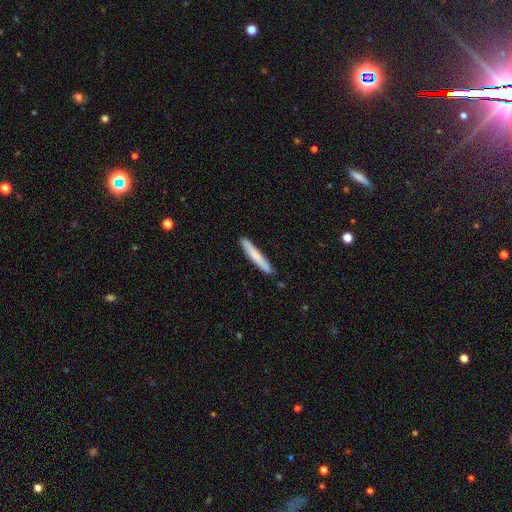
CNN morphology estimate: This is likely a smooth galaxy (74%). How rounded: clearly cigar-shaped (95%). Merging: clearly none (89%).